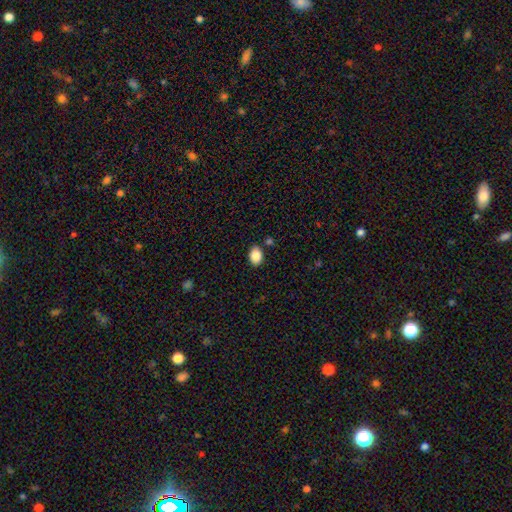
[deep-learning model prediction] Overall: smooth (87%). How rounded: in between (79%). Merging: none (84%).